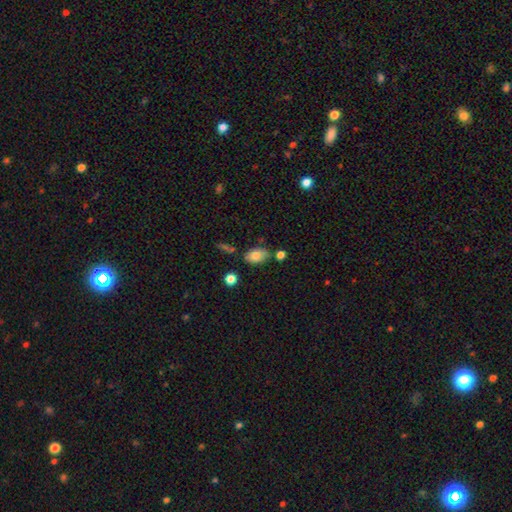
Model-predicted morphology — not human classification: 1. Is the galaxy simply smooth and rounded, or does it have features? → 82% smooth, 10% featured or disk, 8% star or artifact.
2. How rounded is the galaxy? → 91% in between, 7% round, 2% cigar-shaped.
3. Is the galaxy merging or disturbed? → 70% none, 17% minor disturbance, 8% merger, 4% major disturbance.